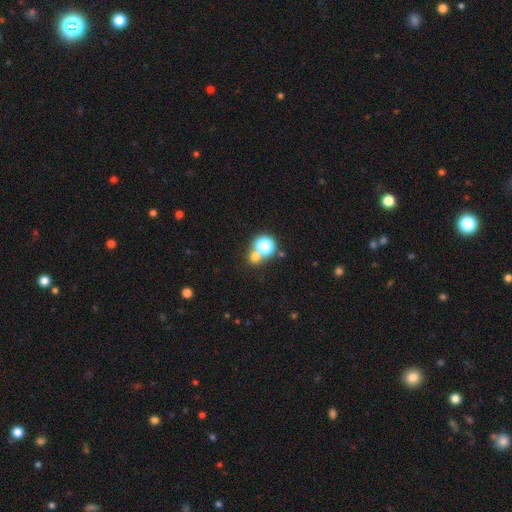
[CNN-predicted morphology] This is likely a smooth galaxy (61%). How rounded: clearly round (85%). Merging: possibly none (56%).